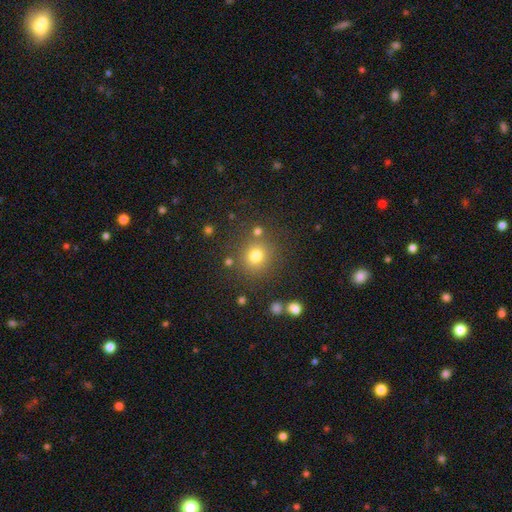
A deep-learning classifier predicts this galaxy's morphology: A smooth galaxy with no disk features (76%) that is round (87%). Merging: none (80%).